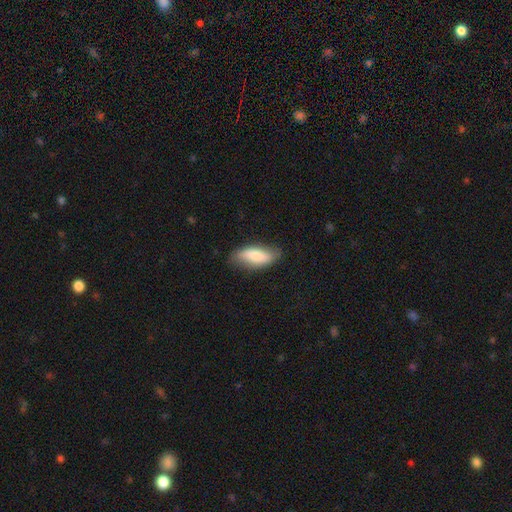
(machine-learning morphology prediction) A smooth galaxy with no disk features (77%) that is in between round and cigar-shaped (77%). Merging: none (73%).